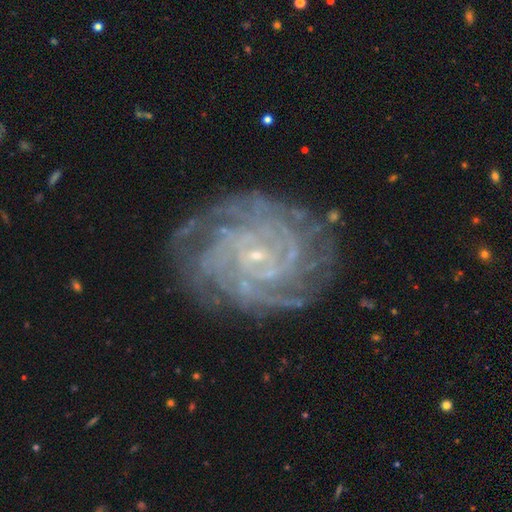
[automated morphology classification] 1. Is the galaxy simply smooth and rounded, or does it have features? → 89% featured or disk, 6% star or artifact, 5% smooth.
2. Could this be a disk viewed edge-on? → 98% no, 2% yes.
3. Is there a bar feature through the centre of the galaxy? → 61% no, 29% weak, 10% strong.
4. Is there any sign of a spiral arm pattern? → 98% yes, 2% no.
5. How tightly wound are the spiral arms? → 79% tight, 18% medium, 3% loose.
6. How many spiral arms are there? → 23% 4, 22% can't tell, 22% more than 4, 13% 3, 12% 2, 9% 1.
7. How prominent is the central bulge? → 88% small, 7% moderate, 3% none, 1% large, 1% dominant.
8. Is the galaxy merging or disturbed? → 80% none, 14% minor disturbance, 5% major disturbance, 2% merger.